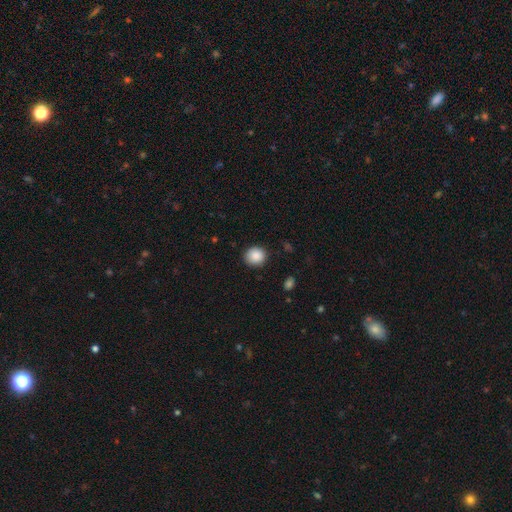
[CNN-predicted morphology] smooth_or_featured: smooth (p=0.88) [alt: star or artifact p=0.09]
how_rounded: round (p=0.85) [alt: in between p=0.14]
merging: none (p=0.88) [alt: minor disturbance p=0.09]